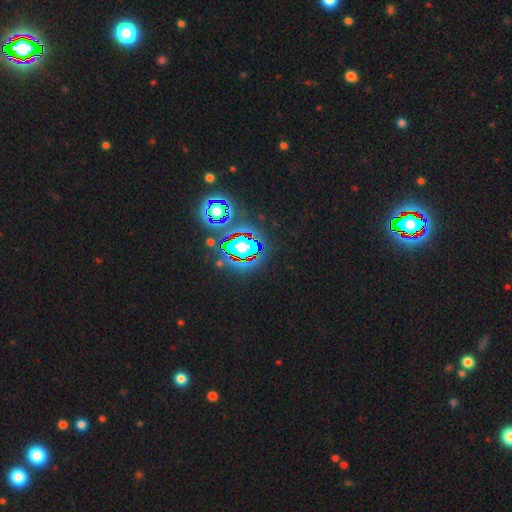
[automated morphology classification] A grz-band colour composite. It shows a star or artifact, not a galaxy (84%).